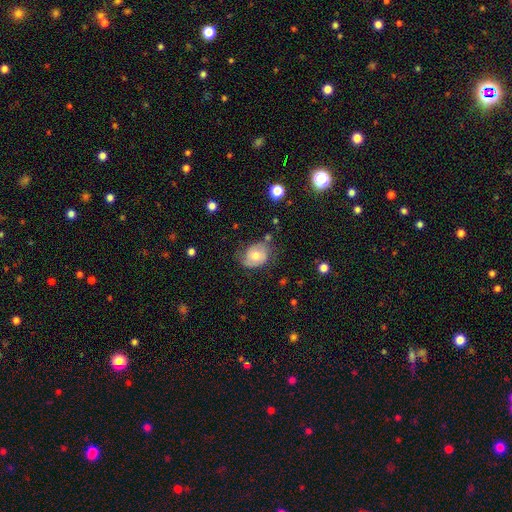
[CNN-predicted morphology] A featured or disk galaxy (51%).

Vote fractions:
- Smooth or featured? featured or disk: 51% / smooth: 41% / star or artifact: 8%
- Edge-on disk? no: 96% / yes: 4%
- Merging? none: 57% / minor disturbance: 28% / major disturbance: 12% / merger: 3%